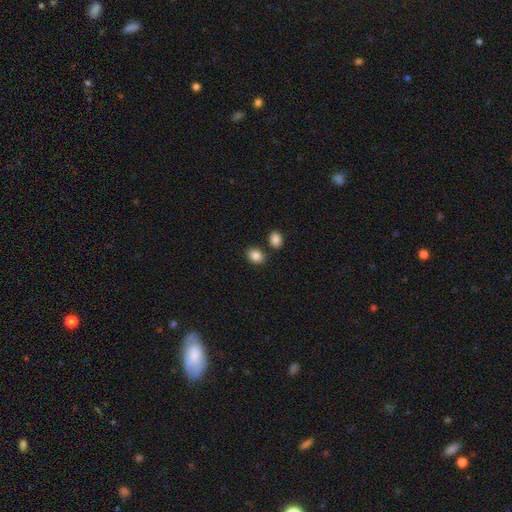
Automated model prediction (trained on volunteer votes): Smooth or featured?
  - smooth: 86% *
  - star or artifact: 9%
  - featured or disk: 5%
How rounded?
  - in between: 59% *
  - round: 40%
  - cigar-shaped: 1%
Merging?
  - none: 76% *
  - merger: 11%
  - minor disturbance: 10%
  - major disturbance: 3%